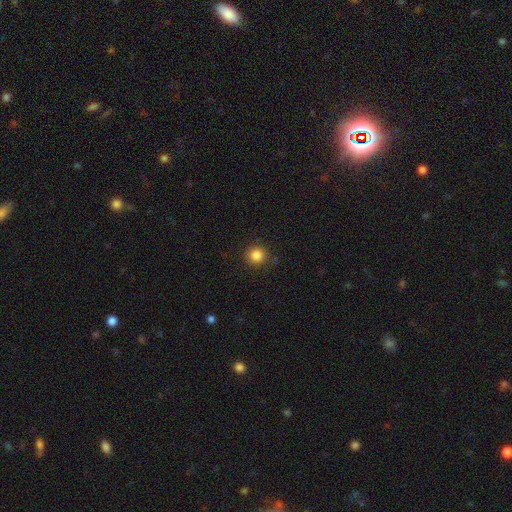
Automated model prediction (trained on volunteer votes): Smooth or featured? smooth (85%)
How rounded? round (93%)
Merging? none (88%)